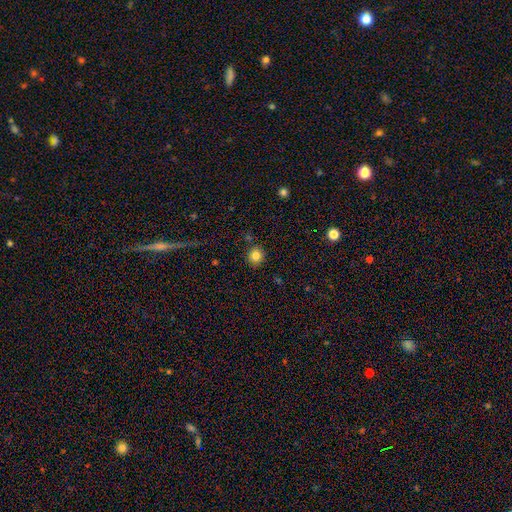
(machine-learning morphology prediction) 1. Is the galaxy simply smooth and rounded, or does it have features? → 83% smooth, 11% star or artifact, 6% featured or disk.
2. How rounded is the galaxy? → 89% round, 10% in between, 1% cigar-shaped.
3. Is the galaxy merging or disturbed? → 87% none, 8% minor disturbance, 3% merger, 2% major disturbance.